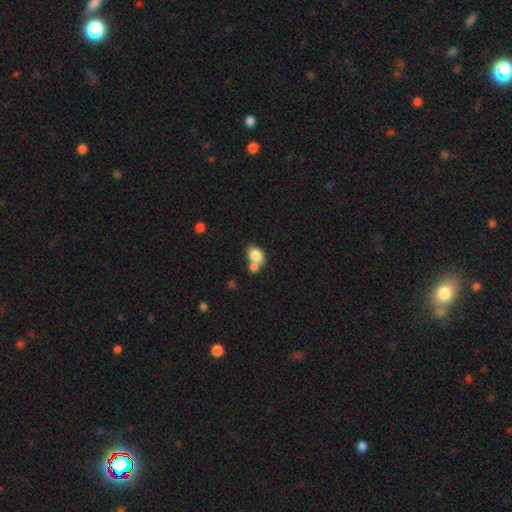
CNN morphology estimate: A smooth galaxy with no disk features (82%) that is in between round and cigar-shaped (74%).

Vote fractions:
- Smooth or featured? smooth: 82% / featured or disk: 9% / star or artifact: 8%
- How rounded? in between: 74% / round: 24% / cigar-shaped: 1%
- Merging? merger: 45% / none: 39% / minor disturbance: 12% / major disturbance: 4%